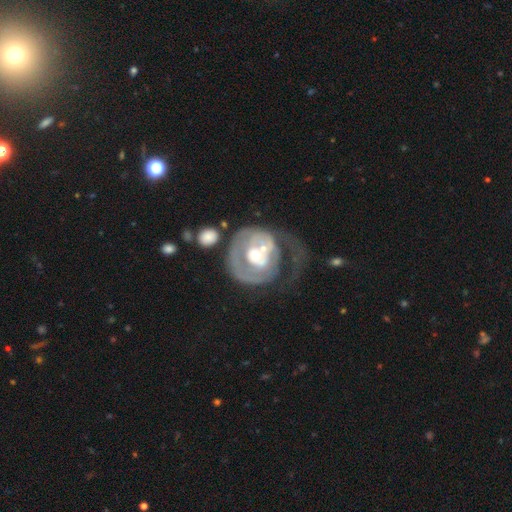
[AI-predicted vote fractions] smooth_or_featured: featured or disk (p=0.74) [alt: smooth p=0.20]
disk_edge_on: no (p=0.97) [alt: yes p=0.03]
bar: no (p=0.65) [alt: weak p=0.25]
has_spiral_arms: yes (p=0.53) [alt: no p=0.47]
bulge_size: moderate (p=0.58) [alt: small p=0.35]
merging: major disturbance (p=0.33) [alt: merger p=0.27]